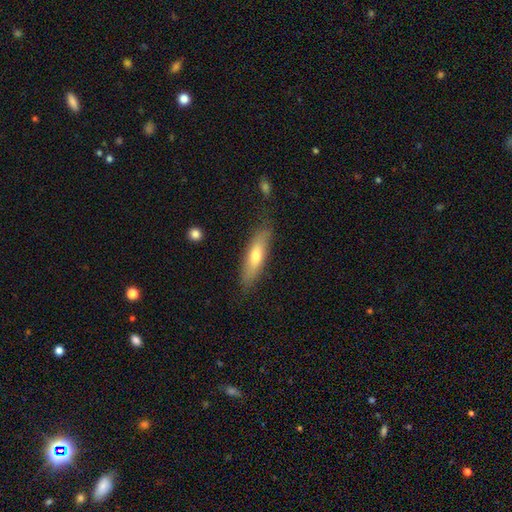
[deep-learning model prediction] smooth 65%, featured or disk 29%, star or artifact 6%. Down the decision tree: how rounded — cigar-shaped (64%); merging — none (79%).